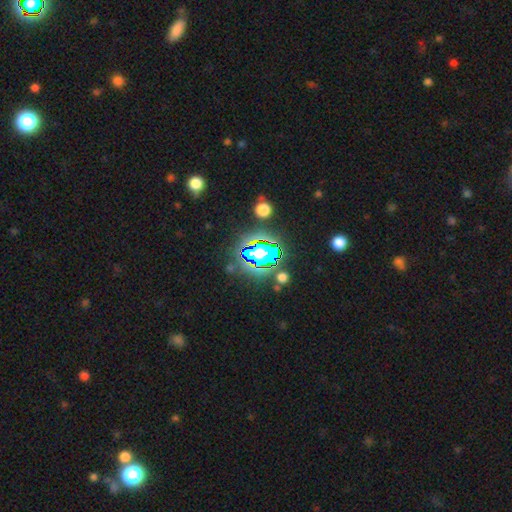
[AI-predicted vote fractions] A star or artifact, not a galaxy (75%).

Vote fractions:
- Smooth or featured? star or artifact: 75% / smooth: 16% / featured or disk: 9%